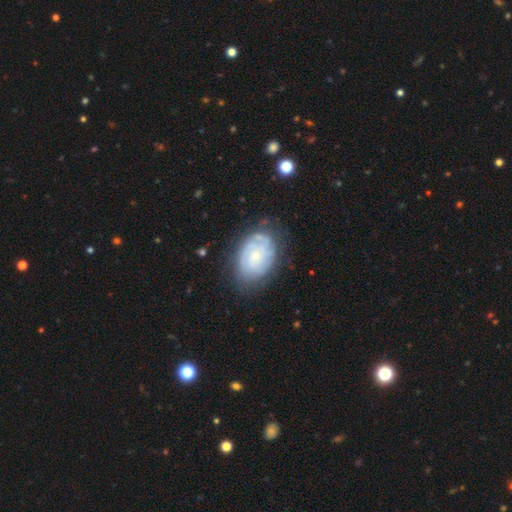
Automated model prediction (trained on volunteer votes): Overall: featured or disk (67%). Edge-on disk: no (97%). Bar: no (80%). Spiral arms: yes (83%). Spiral arm count: can't tell (55%; 2 17%). Spiral winding: tight (70%). Bulge size: small (76%). Merging: none (68%).